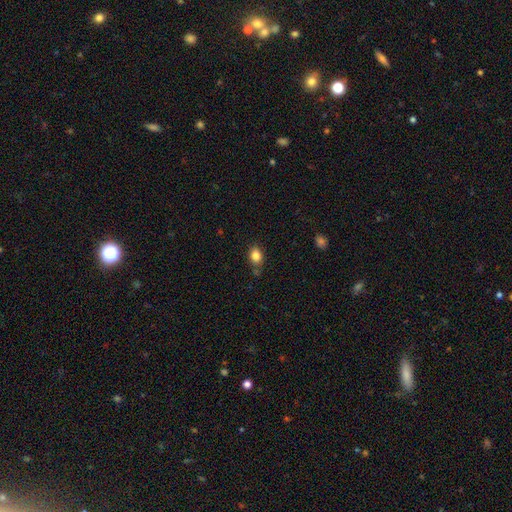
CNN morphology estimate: smooth_or_featured: smooth (p=0.85) [alt: star or artifact p=0.10]
how_rounded: in between (p=0.68) [alt: round p=0.31]
merging: none (p=0.74) [alt: minor disturbance p=0.18]